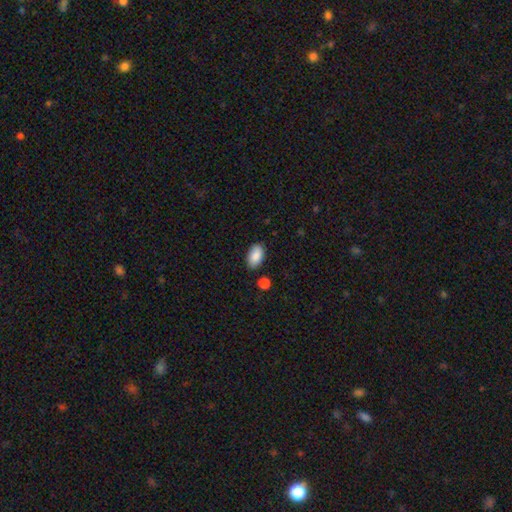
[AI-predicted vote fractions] smooth-or-featured: smooth: 89% | star or artifact: 7% | featured or disk: 4%
  how-rounded: in between: 94% | round: 5% | cigar-shaped: 2%
  merging: none: 83% | minor disturbance: 11% | merger: 3% | major disturbance: 2%